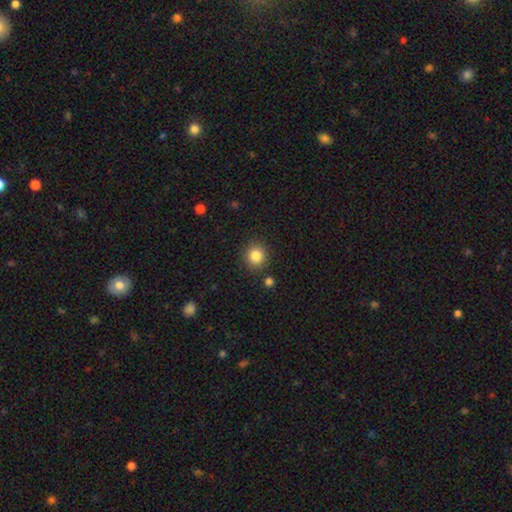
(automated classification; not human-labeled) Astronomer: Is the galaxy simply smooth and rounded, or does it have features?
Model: smooth — 85%.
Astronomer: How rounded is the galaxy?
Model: round — 90%.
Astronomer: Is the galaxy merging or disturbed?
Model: none — 87%.